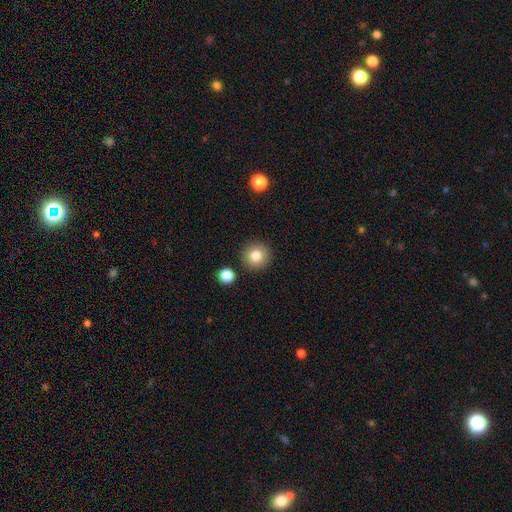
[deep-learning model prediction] This appears to be a smooth galaxy with no disk features (81%) that is round (95%). Merging: none (88%).